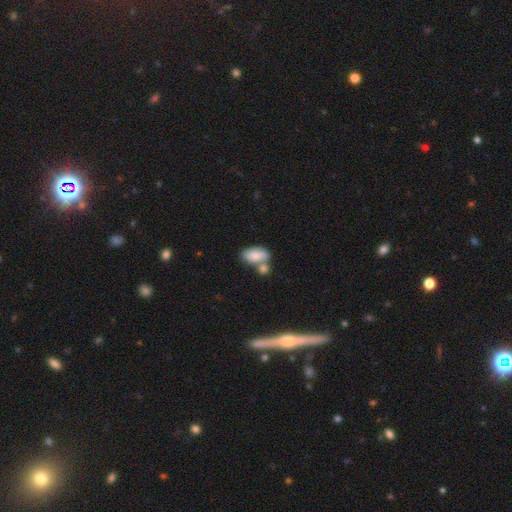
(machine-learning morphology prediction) smooth_or_featured: smooth (p=0.82) [alt: featured or disk p=0.11]
how_rounded: in between (p=0.93) [alt: round p=0.05]
merging: merger (p=0.43) [alt: none p=0.38]